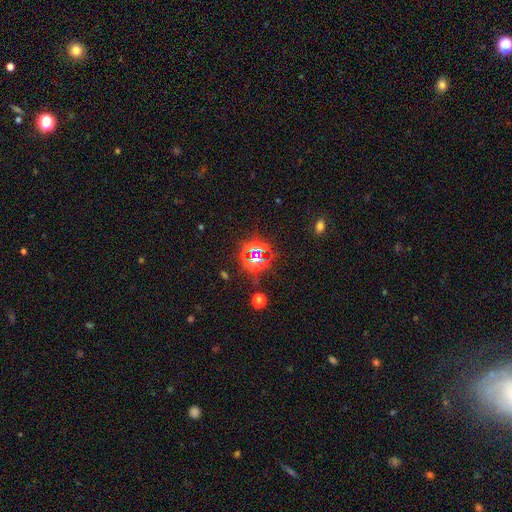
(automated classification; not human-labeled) Smooth or featured? star or artifact (76%)